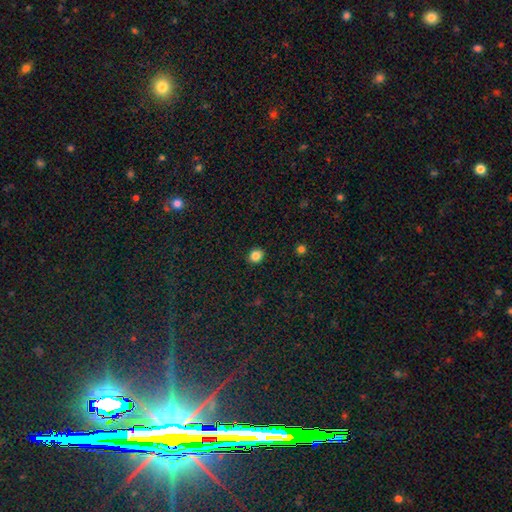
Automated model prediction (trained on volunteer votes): This appears to be a smooth galaxy with no disk features (85%) that is round (68%). Merging: none (90%).